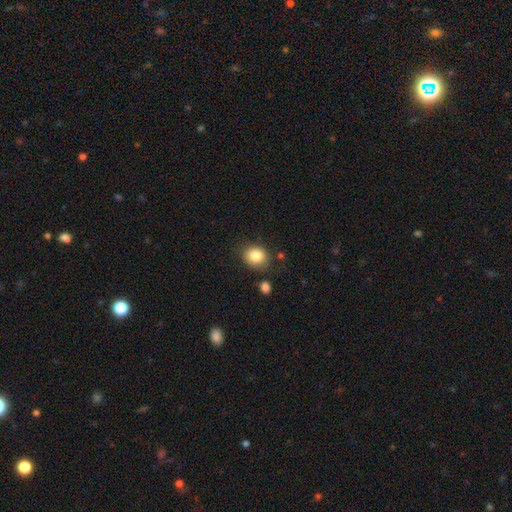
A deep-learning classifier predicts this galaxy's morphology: Overall: smooth (84%). How rounded: round (56%; in between 44%). Merging: none (75%).